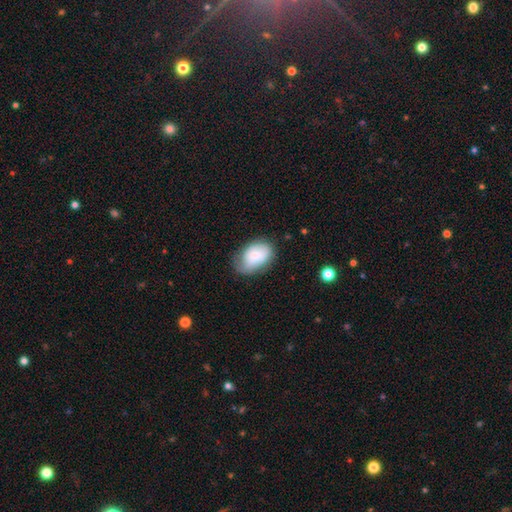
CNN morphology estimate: smooth_or_featured: smooth (p=0.76) [alt: featured or disk p=0.17]
how_rounded: in between (p=0.85) [alt: round p=0.14]
merging: none (p=0.57) [alt: minor disturbance p=0.32]